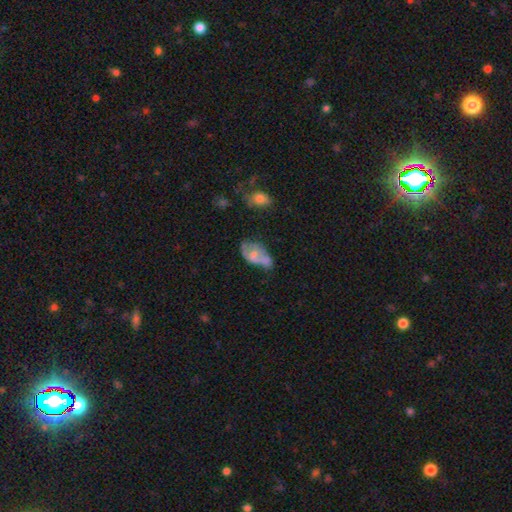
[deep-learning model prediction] This is possibly a smooth galaxy (48%). Merging: marginally minor disturbance (29%, tied with none).